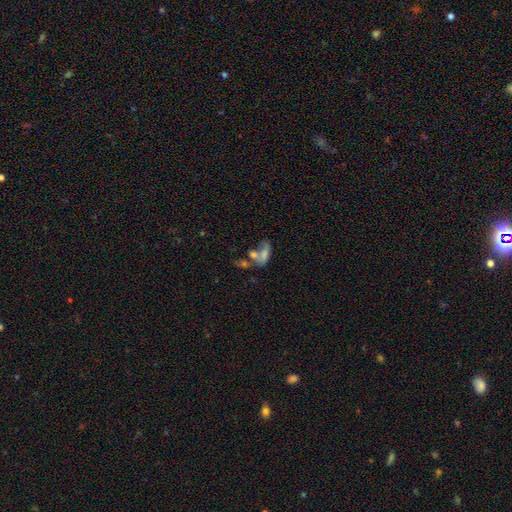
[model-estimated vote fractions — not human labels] Overall: smooth (43%; featured or disk 37%). Merging: merger (47%; none 26%).